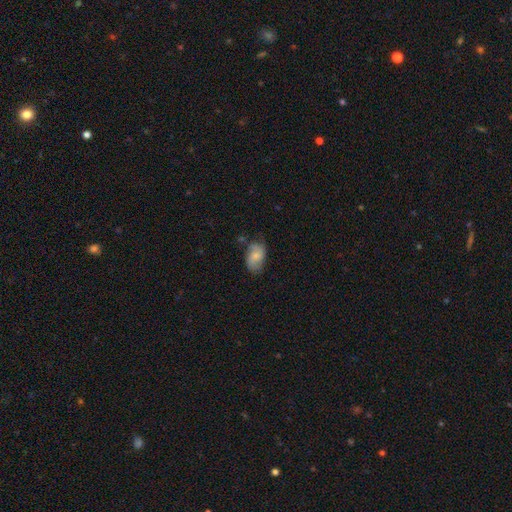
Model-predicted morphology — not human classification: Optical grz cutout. It shows a smooth galaxy with no disk features (69%) that is in between round and cigar-shaped (90%). Merging: none (59%).